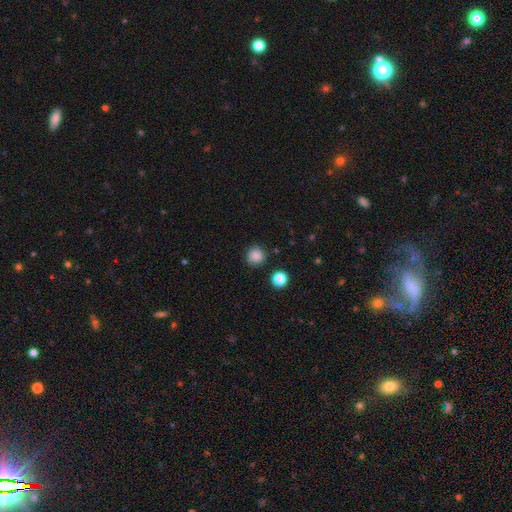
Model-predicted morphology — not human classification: The model was most divided on "smooth or featured": smooth: 86%, star or artifact: 11%, featured or disk: 3%. More confident: how rounded — round (92%); merging — none (86%).